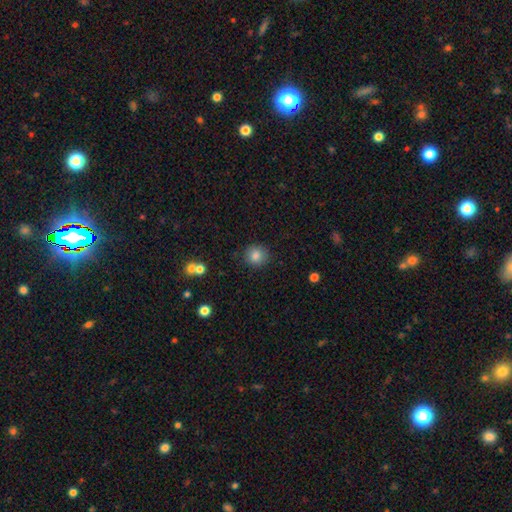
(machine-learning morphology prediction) Overall: smooth (84%). How rounded: round (88%). Merging: none (87%).